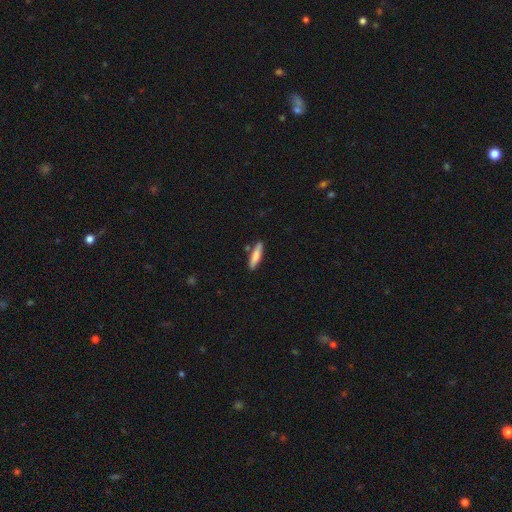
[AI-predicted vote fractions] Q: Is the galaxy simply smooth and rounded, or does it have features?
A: smooth — 81%.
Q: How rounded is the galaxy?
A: cigar-shaped — 76%.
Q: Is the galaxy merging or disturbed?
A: none — 82%.